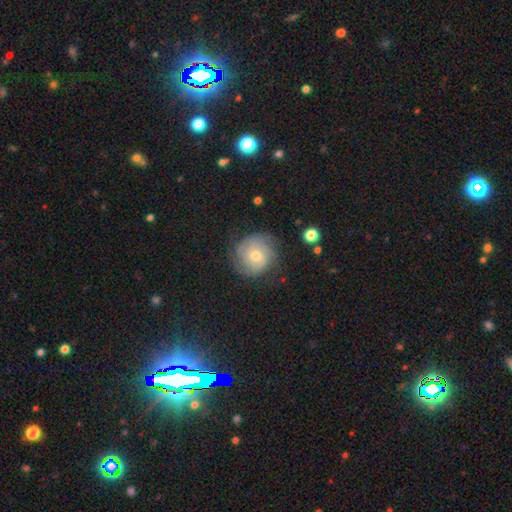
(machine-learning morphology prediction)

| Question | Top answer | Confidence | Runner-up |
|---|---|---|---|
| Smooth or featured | featured or disk | 65% | smooth (25%) |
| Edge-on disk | no | 98% | yes (2%) |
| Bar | no | 75% | weak (21%) |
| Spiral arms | yes | 91% | no (9%) |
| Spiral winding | tight | 64% | medium (28%) |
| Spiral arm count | can't tell | 34% | 2 (24%) |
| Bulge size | moderate | 56% | small (40%) |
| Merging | none | 78% | minor disturbance (15%) |